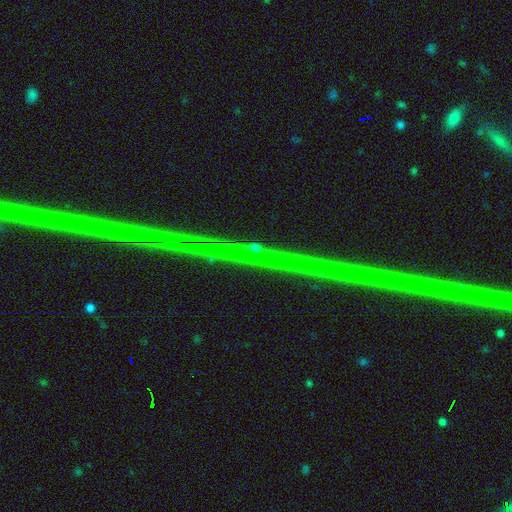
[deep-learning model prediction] Q: Smooth or featured?
A: star or artifact (84%); runner-up: featured or disk (12%)